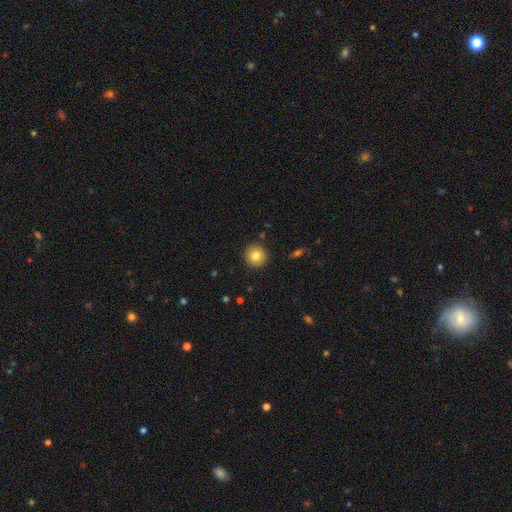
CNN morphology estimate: Smooth or featured? Predicted: smooth (p=0.80). How rounded? Predicted: round (p=0.94). Merging? Predicted: none (p=0.90).